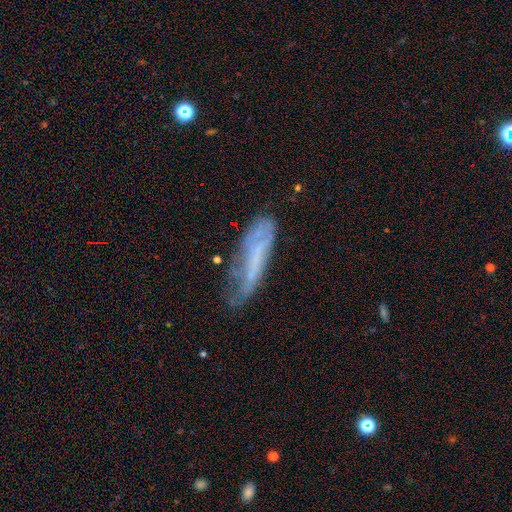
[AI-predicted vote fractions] featured or disk 49%, smooth 41%, star or artifact 10%. Down the decision tree: merging — none (44%).